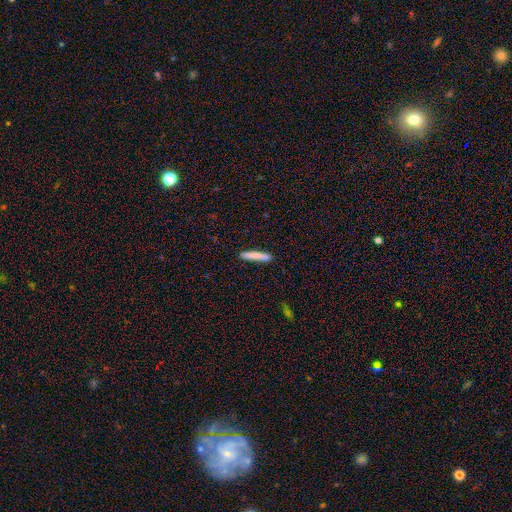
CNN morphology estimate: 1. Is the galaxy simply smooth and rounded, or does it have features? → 81% smooth, 14% featured or disk, 6% star or artifact.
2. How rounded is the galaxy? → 93% cigar-shaped, 6% in between, 1% round.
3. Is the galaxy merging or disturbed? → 86% none, 10% minor disturbance, 2% merger, 2% major disturbance.